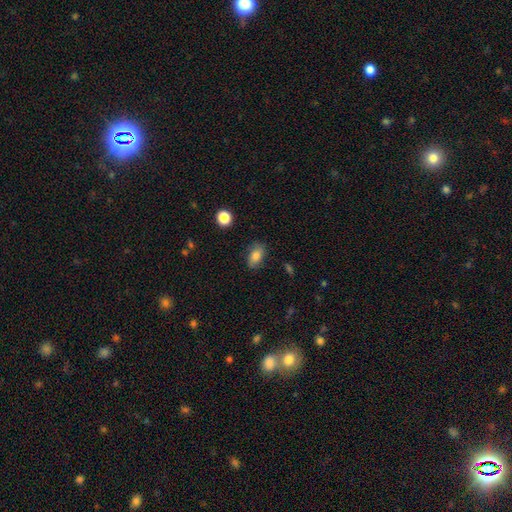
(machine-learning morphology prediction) type=smooth (81%); roundness=in between (87%); merging=none (79%).